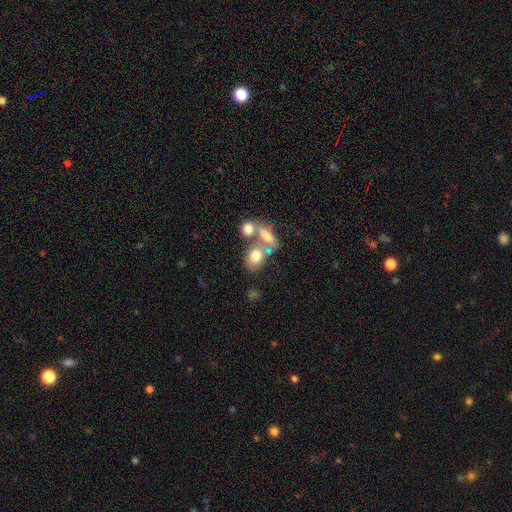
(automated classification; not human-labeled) A smooth galaxy with no disk features (69%) that is in between round and cigar-shaped (69%).

Vote fractions:
- Smooth or featured? smooth: 69% / featured or disk: 20% / star or artifact: 10%
- How rounded? in between: 69% / round: 29% / cigar-shaped: 2%
- Merging? merger: 50% / none: 31% / minor disturbance: 11% / major disturbance: 8%